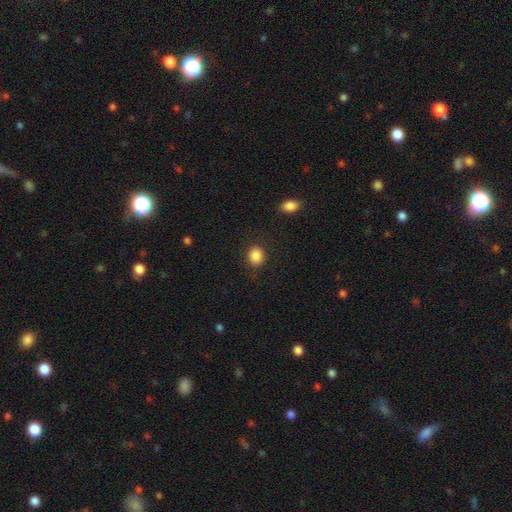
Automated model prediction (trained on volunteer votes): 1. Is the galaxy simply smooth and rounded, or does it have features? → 87% smooth, 9% star or artifact, 4% featured or disk.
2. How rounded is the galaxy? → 70% round, 29% in between, 1% cigar-shaped.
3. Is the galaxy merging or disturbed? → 87% none, 8% minor disturbance, 3% major disturbance, 1% merger.